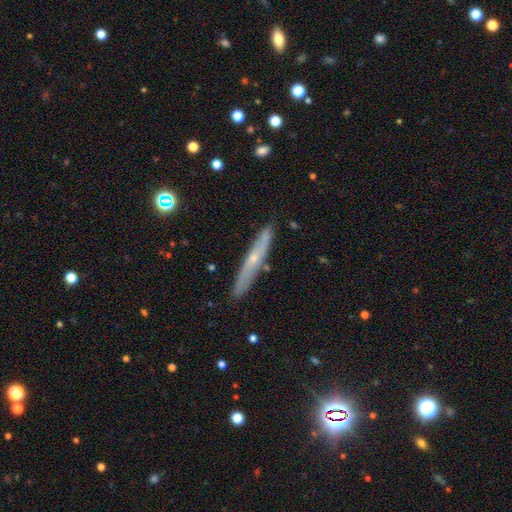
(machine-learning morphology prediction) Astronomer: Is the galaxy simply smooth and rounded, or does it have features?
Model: featured or disk — 59%.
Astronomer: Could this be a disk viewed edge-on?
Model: yes — 87%.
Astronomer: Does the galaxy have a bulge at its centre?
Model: rounded — 63%.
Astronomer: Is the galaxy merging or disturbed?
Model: none — 86%.